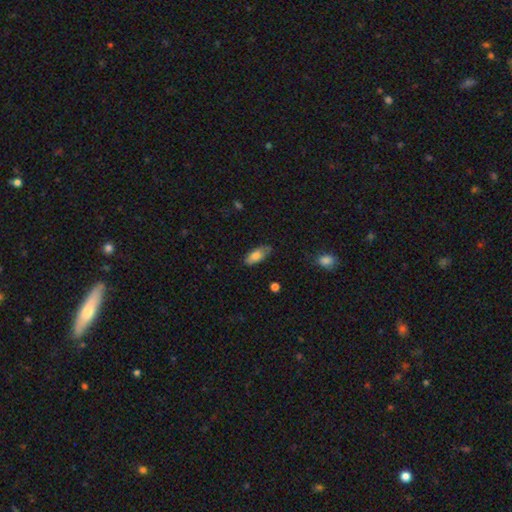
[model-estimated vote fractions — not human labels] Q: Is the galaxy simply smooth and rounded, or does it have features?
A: smooth — 78%.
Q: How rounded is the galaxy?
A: in between — 84%.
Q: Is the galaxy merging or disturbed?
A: none — 75%.